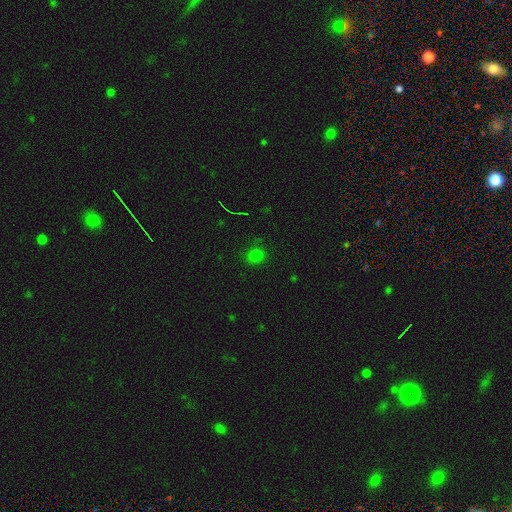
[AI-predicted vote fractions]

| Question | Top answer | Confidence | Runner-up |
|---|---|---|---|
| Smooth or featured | smooth | 74% | star or artifact (21%) |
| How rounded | round | 82% | in between (17%) |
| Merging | none | 87% | minor disturbance (9%) |